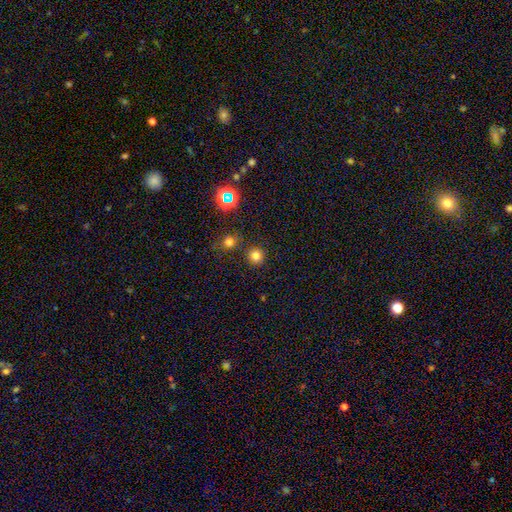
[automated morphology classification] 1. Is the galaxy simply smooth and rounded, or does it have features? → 77% smooth, 18% star or artifact, 5% featured or disk.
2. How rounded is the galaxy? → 94% round, 5% in between, 1% cigar-shaped.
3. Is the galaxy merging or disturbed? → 85% none, 6% minor disturbance, 6% merger, 2% major disturbance.